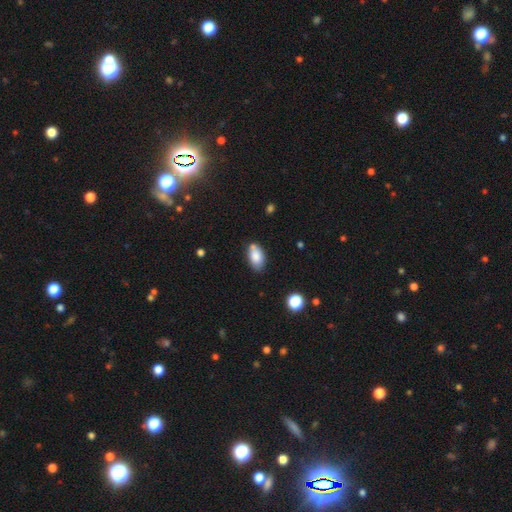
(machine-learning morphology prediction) smooth 83%, featured or disk 9%, star or artifact 8%. Down the decision tree: how rounded — in between (91%); merging — none (65%).